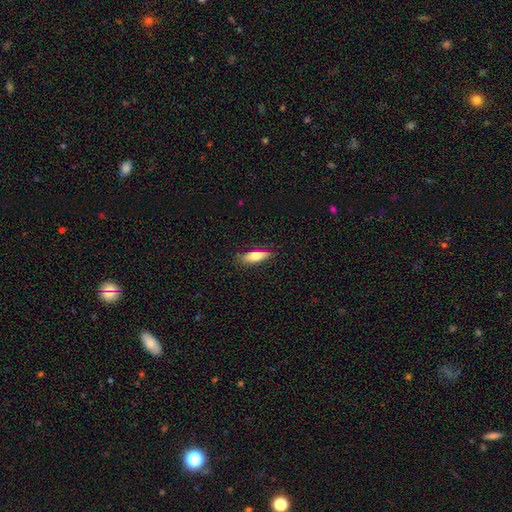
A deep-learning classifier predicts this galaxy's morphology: The model was most divided on "how rounded": in between: 54%, cigar-shaped: 44%, round: 3%. More confident: merging — none (82%); smooth or featured — smooth (71%).